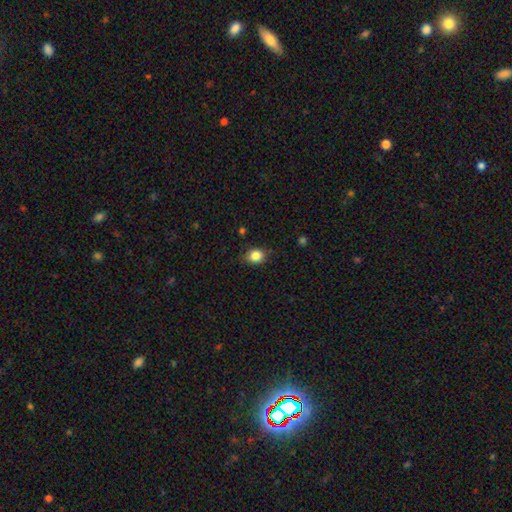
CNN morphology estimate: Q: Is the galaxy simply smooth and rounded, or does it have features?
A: smooth — 84%.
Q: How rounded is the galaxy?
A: round — 57%.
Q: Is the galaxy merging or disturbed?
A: none — 80%.